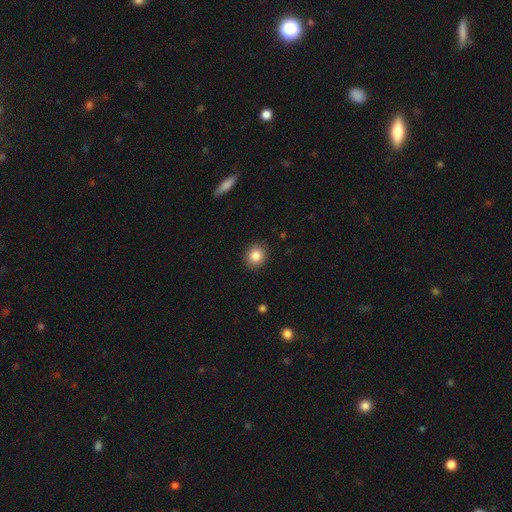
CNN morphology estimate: Overall: smooth (85%). How rounded: round (77%). Merging: none (89%).